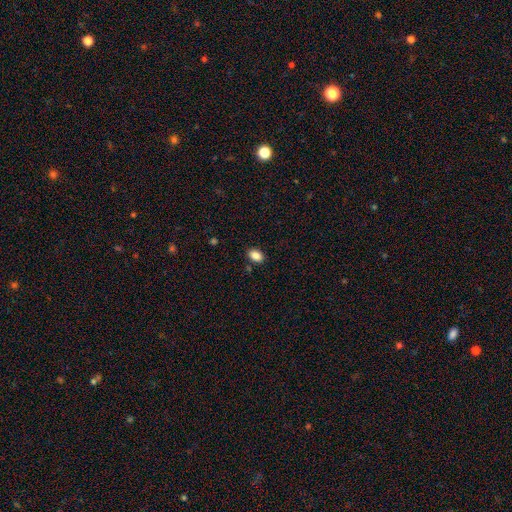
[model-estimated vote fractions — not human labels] smooth 87%, star or artifact 9%, featured or disk 4%. Down the decision tree: how rounded — in between (85%); merging — none (85%).